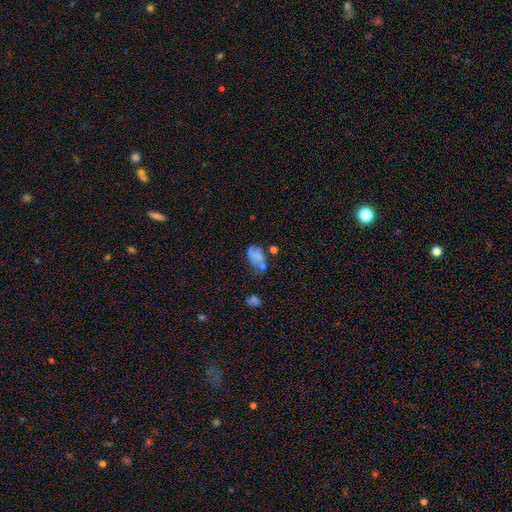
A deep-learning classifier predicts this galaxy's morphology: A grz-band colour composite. It shows a smooth galaxy with no disk features (53%) that is in between round and cigar-shaped (84%). Merging: none (33%).